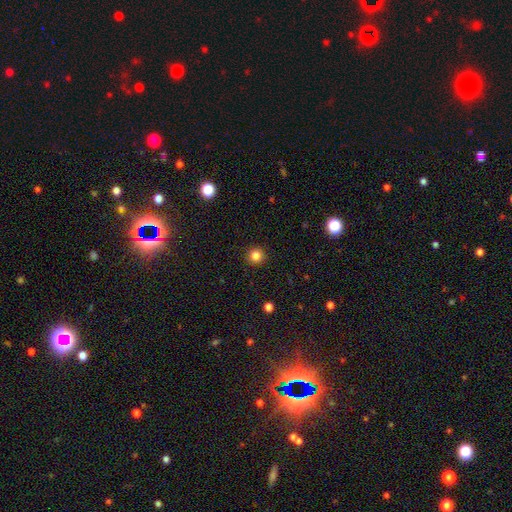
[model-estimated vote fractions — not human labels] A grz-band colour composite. It shows a smooth galaxy with no disk features (83%) that is round (94%). Merging: none (92%).